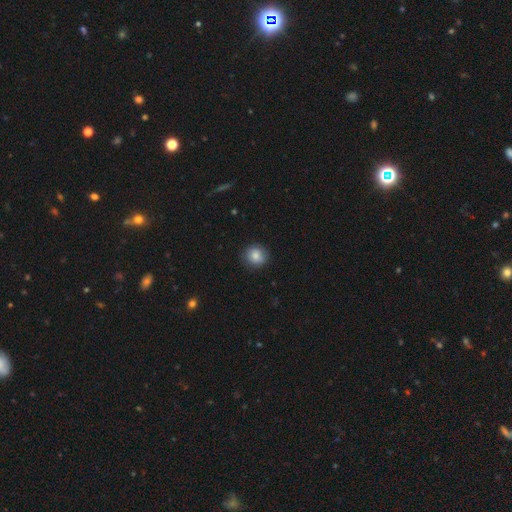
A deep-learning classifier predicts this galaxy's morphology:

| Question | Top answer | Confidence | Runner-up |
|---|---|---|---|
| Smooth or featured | smooth | 82% | star or artifact (9%) |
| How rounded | round | 84% | in between (15%) |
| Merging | none | 85% | minor disturbance (11%) |